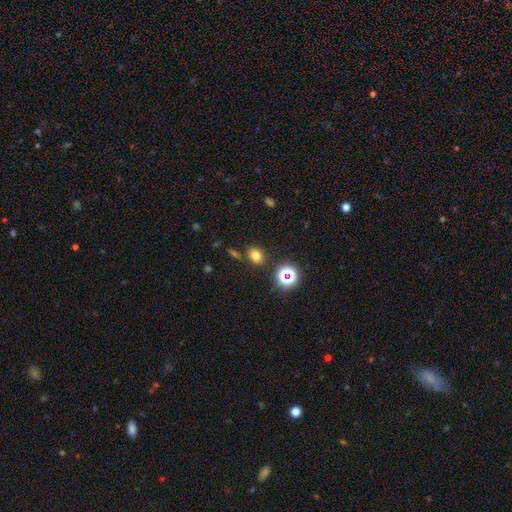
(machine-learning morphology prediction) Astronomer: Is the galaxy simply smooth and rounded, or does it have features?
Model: smooth — 73%.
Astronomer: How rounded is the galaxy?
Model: round — 51% (runner-up: in between, 48%).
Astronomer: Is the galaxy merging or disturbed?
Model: none — 79%.